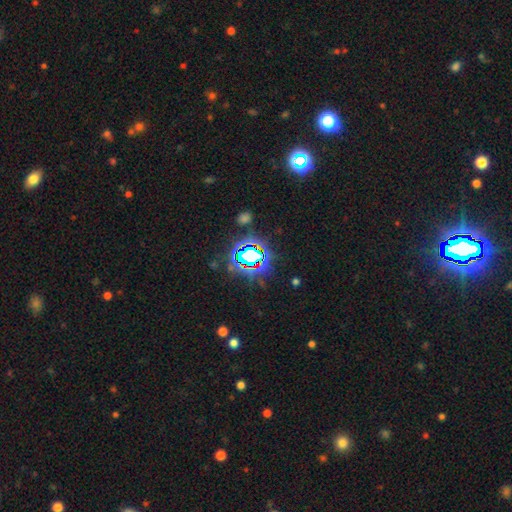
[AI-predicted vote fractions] smooth-or-featured: star or artifact: 77% | smooth: 13% | featured or disk: 10%